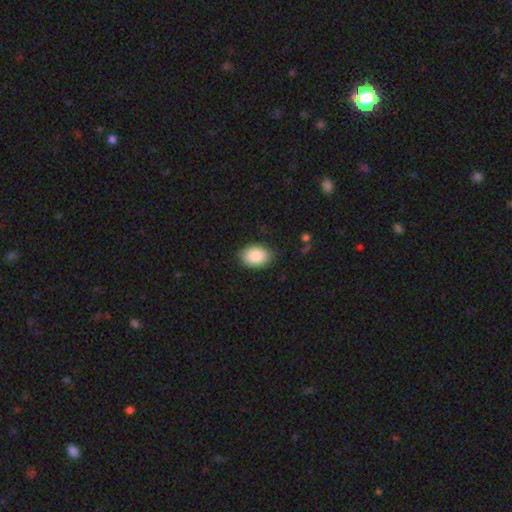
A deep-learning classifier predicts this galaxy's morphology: A smooth galaxy with no disk features (87%) that is in between round and cigar-shaped (79%). Merging: none (84%).